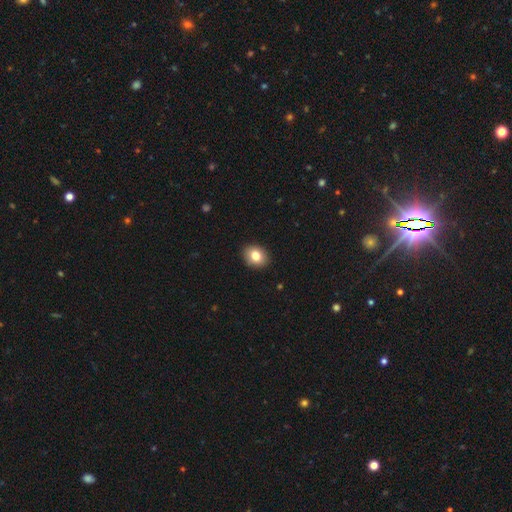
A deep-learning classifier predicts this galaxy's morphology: A smooth galaxy with no disk features (82%) that is in between round and cigar-shaped (53%).

Vote fractions:
- Smooth or featured? smooth: 82% / star or artifact: 9% / featured or disk: 9%
- How rounded? in between: 53% / round: 46% / cigar-shaped: 1%
- Merging? none: 90% / minor disturbance: 8% / major disturbance: 2% / merger: 1%